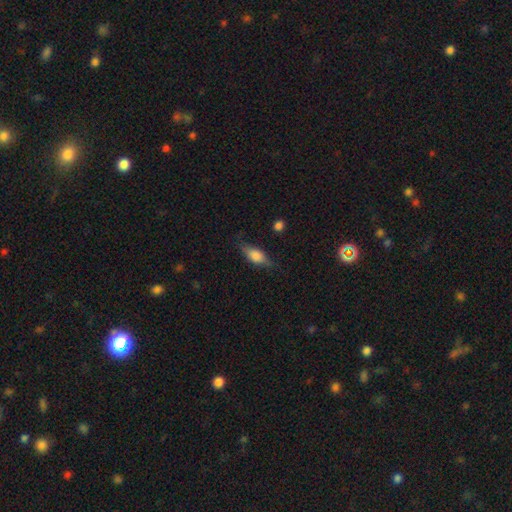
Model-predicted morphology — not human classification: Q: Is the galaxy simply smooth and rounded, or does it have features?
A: smooth — 71%.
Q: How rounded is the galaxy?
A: in between — 78%.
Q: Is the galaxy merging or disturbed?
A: none — 68%.